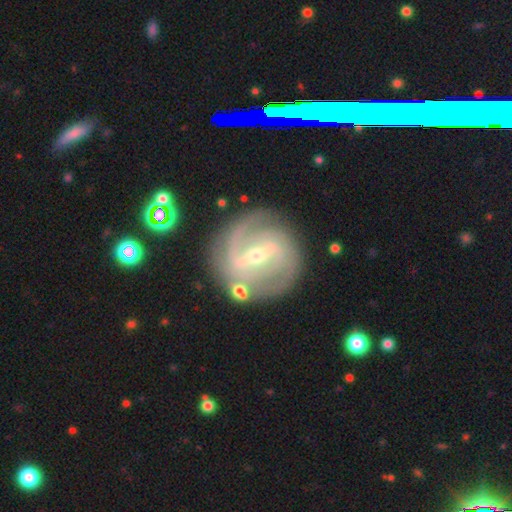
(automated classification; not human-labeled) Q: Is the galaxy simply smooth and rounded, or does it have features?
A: featured or disk — 87%.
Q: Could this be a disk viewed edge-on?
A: no — 96%.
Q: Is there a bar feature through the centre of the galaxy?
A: strong — 54%.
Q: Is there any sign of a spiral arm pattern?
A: yes — 95%.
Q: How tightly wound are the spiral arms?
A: tight — 54%.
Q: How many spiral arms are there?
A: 2 — 49%.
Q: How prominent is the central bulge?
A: small — 60%.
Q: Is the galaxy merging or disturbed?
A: none — 79%.